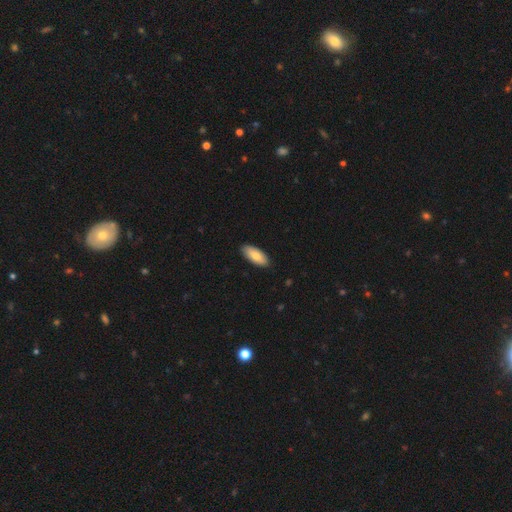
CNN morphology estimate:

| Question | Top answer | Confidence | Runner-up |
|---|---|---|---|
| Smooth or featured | smooth | 81% | featured or disk (14%) |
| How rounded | in between | 87% | cigar-shaped (12%) |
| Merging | none | 89% | minor disturbance (9%) |